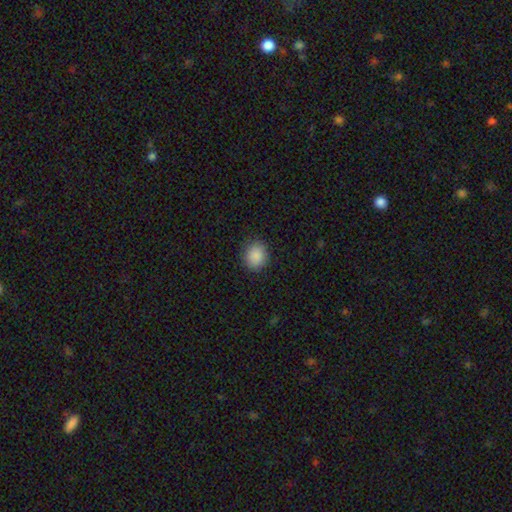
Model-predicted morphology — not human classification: This appears to be a smooth galaxy with no disk features (88%) that is round (73%). Merging: none (88%).